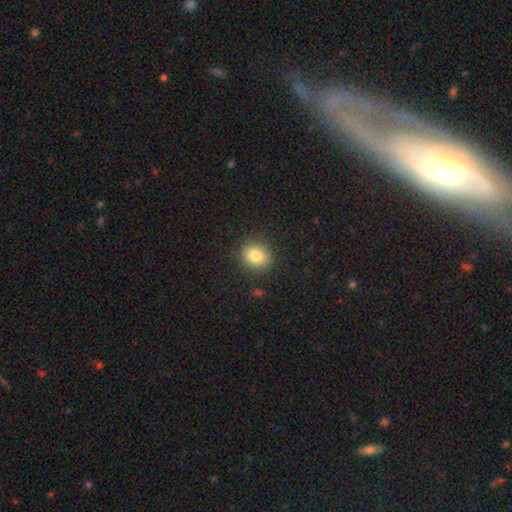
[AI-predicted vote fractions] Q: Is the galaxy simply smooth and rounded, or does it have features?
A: smooth — 82%.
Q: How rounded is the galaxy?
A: round — 72%.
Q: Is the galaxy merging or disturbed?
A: none — 87%.